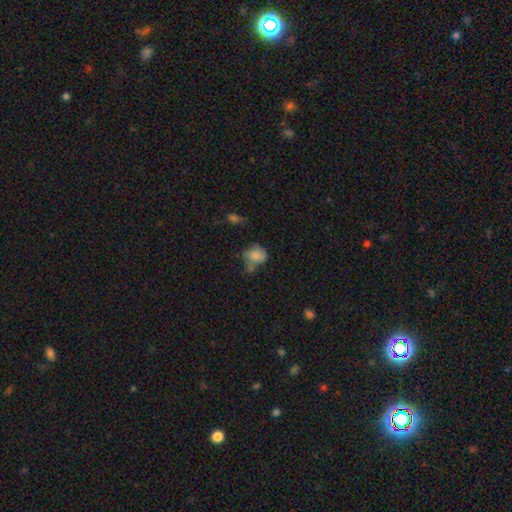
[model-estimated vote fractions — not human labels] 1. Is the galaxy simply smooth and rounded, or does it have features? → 68% smooth, 22% featured or disk, 11% star or artifact.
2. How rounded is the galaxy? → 50% round, 48% in between, 1% cigar-shaped.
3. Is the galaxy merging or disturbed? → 33% none, 30% minor disturbance, 26% major disturbance, 10% merger.